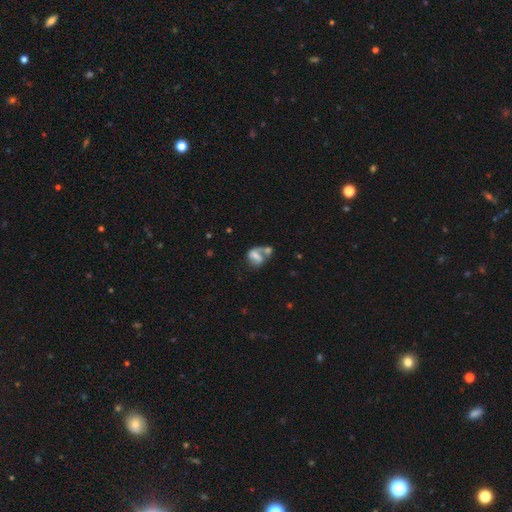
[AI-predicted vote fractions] Smooth or featured? featured or disk (47%)
Merging? merger (45%)